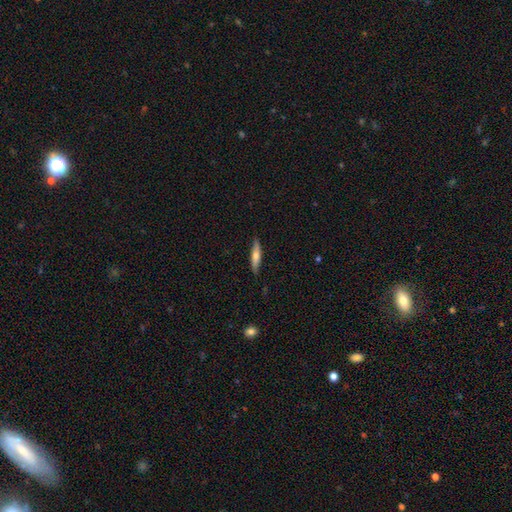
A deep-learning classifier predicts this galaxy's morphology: Smooth or featured?
  - smooth: 59% *
  - featured or disk: 35%
  - star or artifact: 6%
How rounded?
  - cigar-shaped: 82% *
  - in between: 16%
  - round: 2%
Merging?
  - none: 85% *
  - minor disturbance: 12%
  - major disturbance: 2%
  - merger: 1%